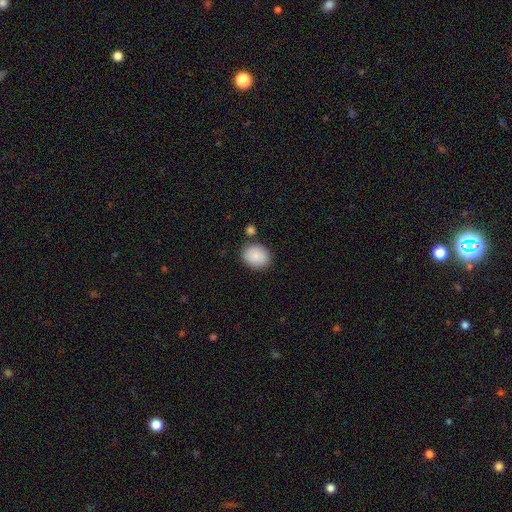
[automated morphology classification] Overall: smooth (89%). How rounded: in between (52%; round 47%). Merging: none (81%).